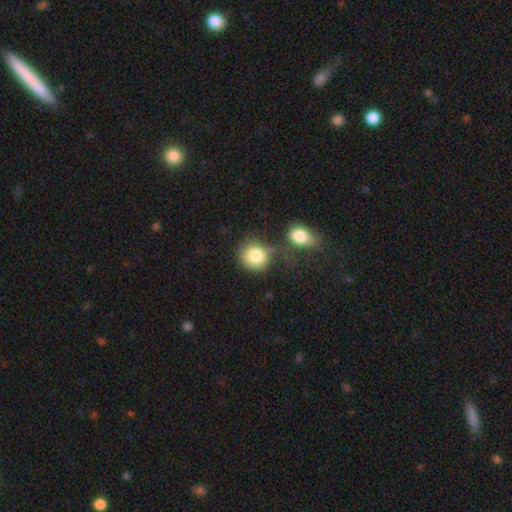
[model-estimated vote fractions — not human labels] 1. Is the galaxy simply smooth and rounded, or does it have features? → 82% smooth, 10% featured or disk, 8% star or artifact.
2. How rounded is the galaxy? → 82% round, 17% in between, 1% cigar-shaped.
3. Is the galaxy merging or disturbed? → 50% none, 27% merger, 15% minor disturbance, 9% major disturbance.